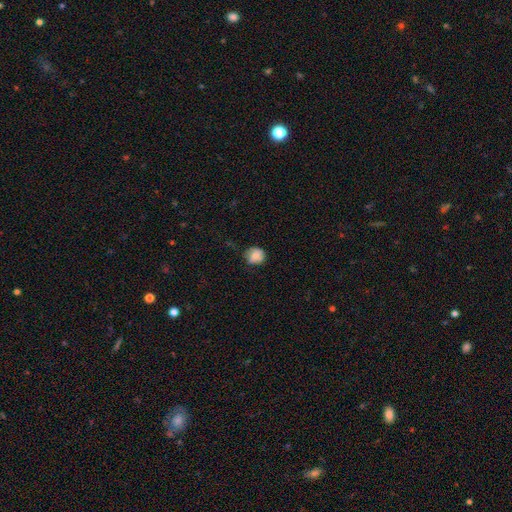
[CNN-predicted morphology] Q: Smooth or featured?
A: smooth (79%); runner-up: featured or disk (12%)
Q: How rounded?
A: round (77%); runner-up: in between (22%)
Q: Merging?
A: none (64%); runner-up: minor disturbance (28%)